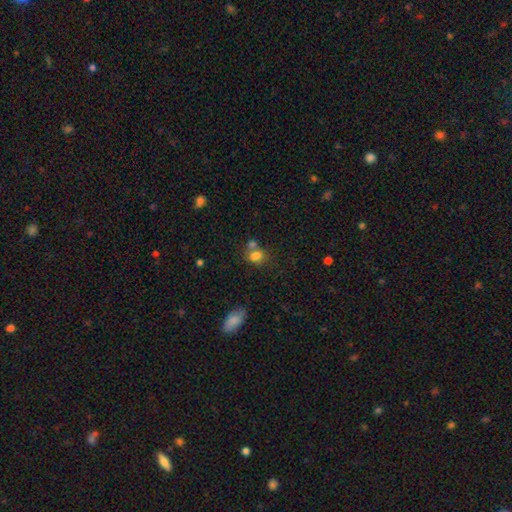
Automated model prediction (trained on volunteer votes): smooth-or-featured: smooth: 77% | star or artifact: 13% | featured or disk: 10%
  how-rounded: in between: 53% | round: 46% | cigar-shaped: 1%
  merging: none: 42% | merger: 40% | minor disturbance: 12% | major disturbance: 6%